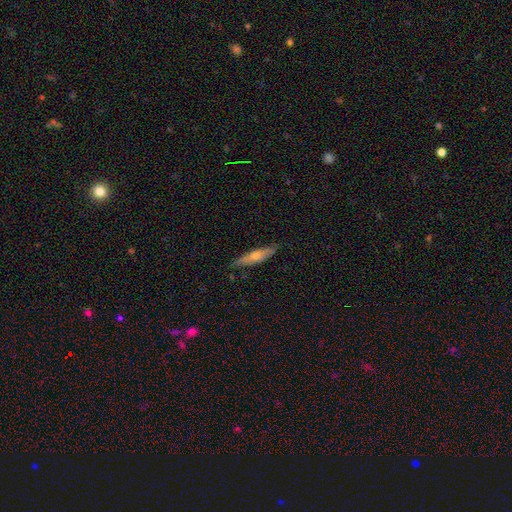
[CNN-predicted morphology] smooth_or_featured: featured or disk (p=0.52) [alt: smooth p=0.42]
disk_edge_on: yes (p=0.83) [alt: no p=0.17]
merging: none (p=0.83) [alt: minor disturbance p=0.14]